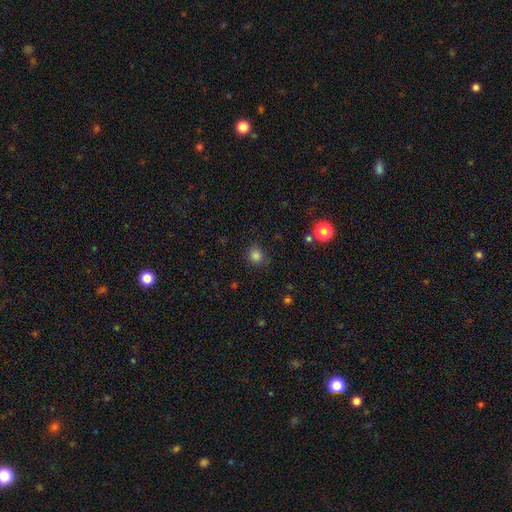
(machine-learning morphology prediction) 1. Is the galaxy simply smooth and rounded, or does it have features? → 82% smooth, 14% star or artifact, 4% featured or disk.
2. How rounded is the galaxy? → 84% round, 15% in between, 1% cigar-shaped.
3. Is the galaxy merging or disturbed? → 83% none, 12% minor disturbance, 4% major disturbance, 2% merger.